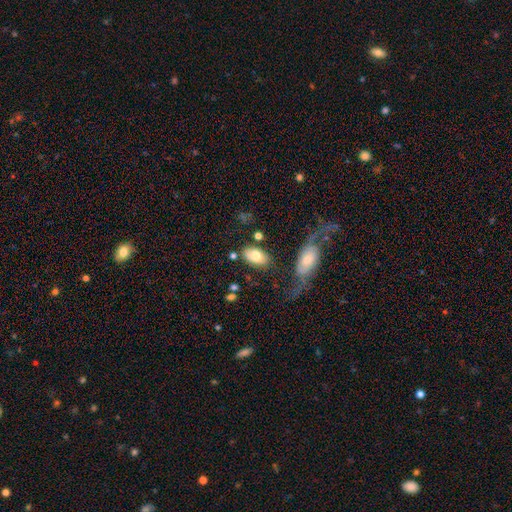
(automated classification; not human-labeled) Smooth or featured? smooth (76%)
How rounded? in between (93%)
Merging? none (68%)